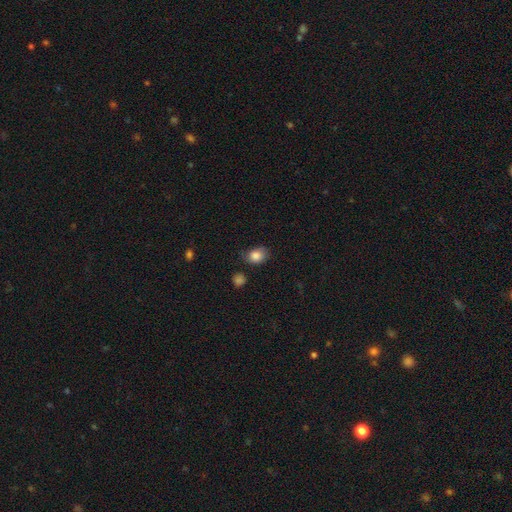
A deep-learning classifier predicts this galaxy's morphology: Overall: smooth (85%). How rounded: in between (58%; round 40%). Merging: none (66%).